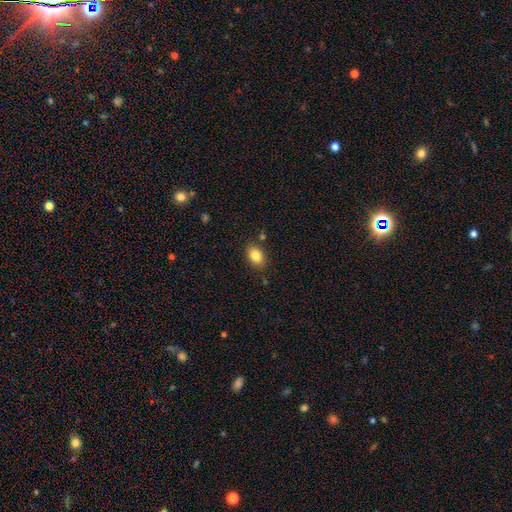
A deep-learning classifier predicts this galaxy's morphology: smooth_or_featured: smooth (p=0.85) [alt: star or artifact p=0.08]
how_rounded: in between (p=0.80) [alt: round p=0.19]
merging: none (p=0.82) [alt: minor disturbance p=0.12]